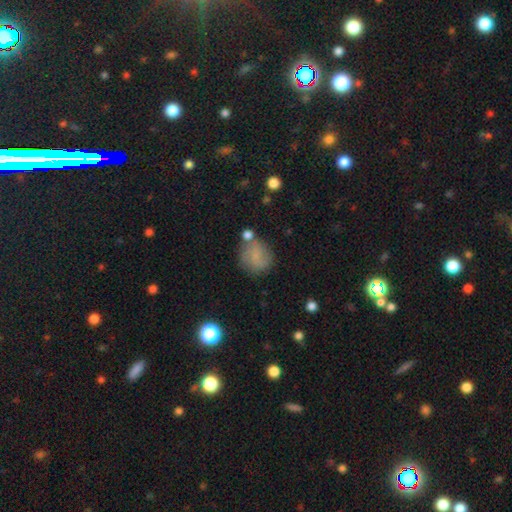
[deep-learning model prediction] The model was most divided on "smooth or featured": smooth: 65%, featured or disk: 24%, star or artifact: 11%. More confident: how rounded — round (87%); merging — none (67%).